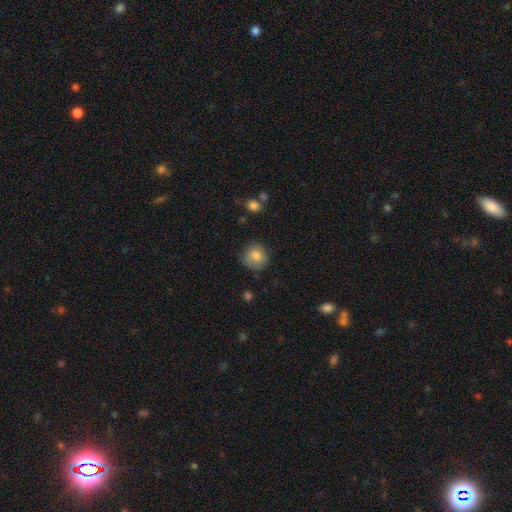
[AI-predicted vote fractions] Overall: smooth (80%). How rounded: round (83%). Merging: none (73%).